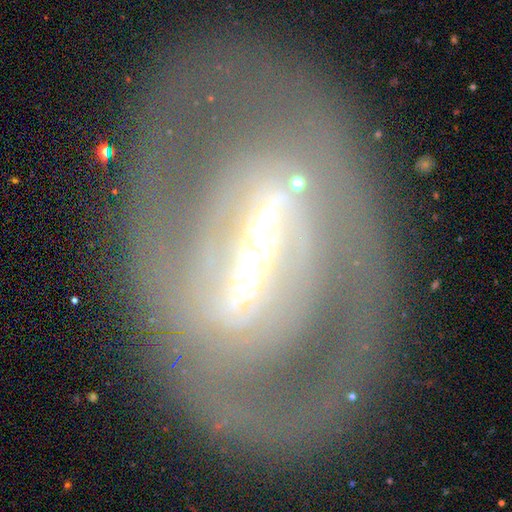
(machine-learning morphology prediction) Overall: featured or disk (88%). Edge-on disk: no (92%). Bar: strong (80%). Spiral arms: yes (90%). Spiral arm count: 2 (61%). Spiral winding: tight (43%; medium 40%). Bulge size: small (57%; moderate 31%). Merging: none (60%; major disturbance 20%).